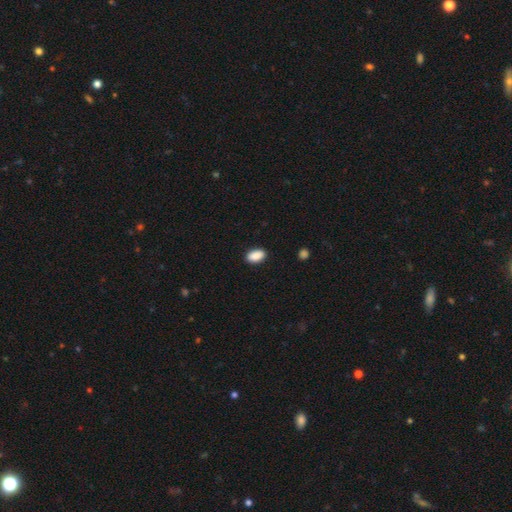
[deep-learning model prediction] Overall: smooth (90%). How rounded: in between (91%). Merging: none (88%).